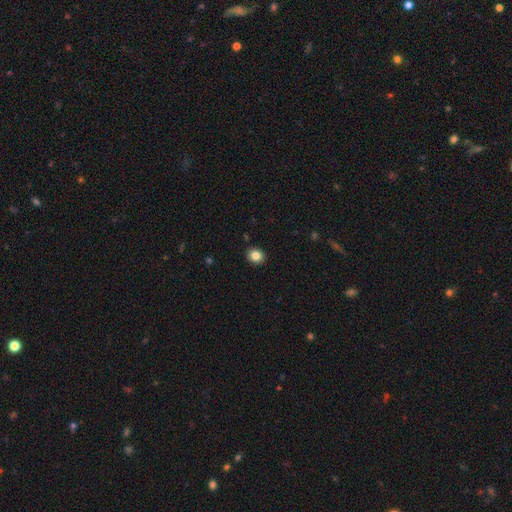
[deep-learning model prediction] Smooth or featured? Predicted: smooth (p=0.85). How rounded? Predicted: round (p=0.65). Merging? Predicted: none (p=0.91).